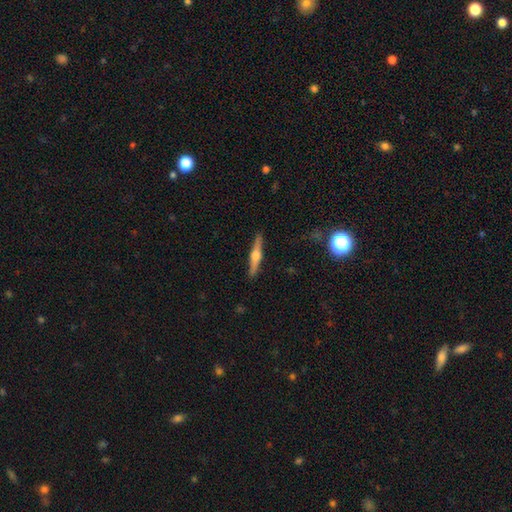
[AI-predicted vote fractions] A featured or disk galaxy (67%) viewed edge-on (97%) with a rounded central bulge (93%). Merging: none (90%).